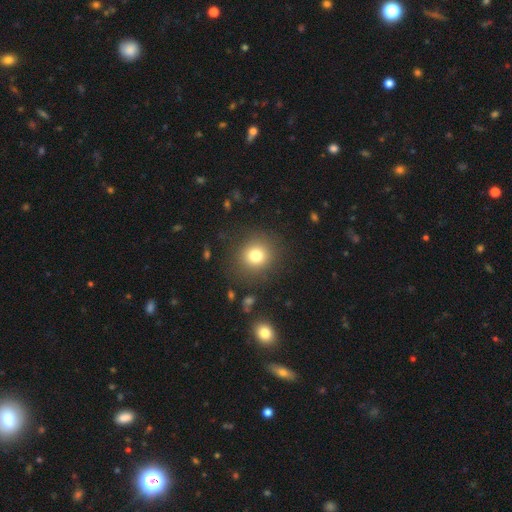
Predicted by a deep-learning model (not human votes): Smooth or featured: smooth — 78% (star or artifact — 13%)
How rounded: round — 87% (in between — 12%)
Merging: none — 86% (minor disturbance — 8%)